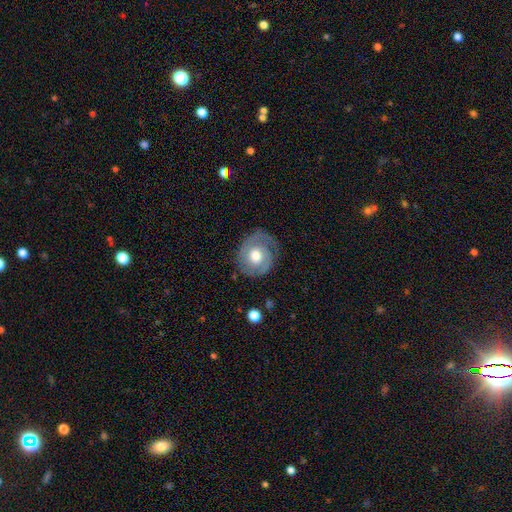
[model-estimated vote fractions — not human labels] smooth-or-featured: featured or disk: 72% | smooth: 22% | star or artifact: 6%
  disk-edge-on: no: 97% | yes: 3%
    bar: no: 75% | weak: 21% | strong: 4%
    has-spiral-arms: yes: 89% | no: 11%
      spiral-winding: tight: 57% | medium: 33% | loose: 10%
      spiral-arm-count: 2: 62% | 1: 17% | can't tell: 13% | 3: 4% | 4: 2% | more than 4: 2%
    bulge-size: moderate: 66% | large: 24% | small: 7% | dominant: 2% | none: 1%
  merging: none: 72% | minor disturbance: 18% | major disturbance: 8% | merger: 1%